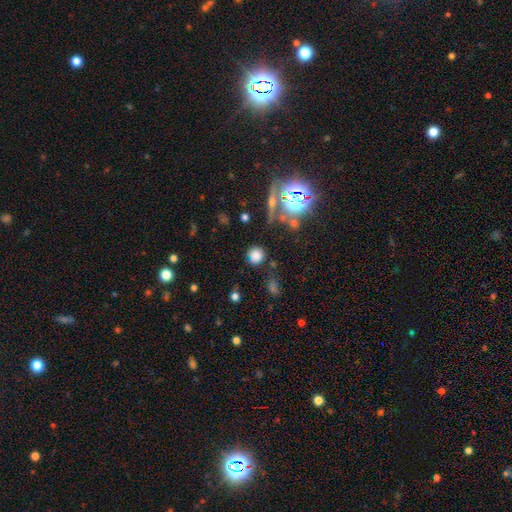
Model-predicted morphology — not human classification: This appears to be a smooth galaxy with no disk features (73%) that is round (89%). Merging: none (77%).